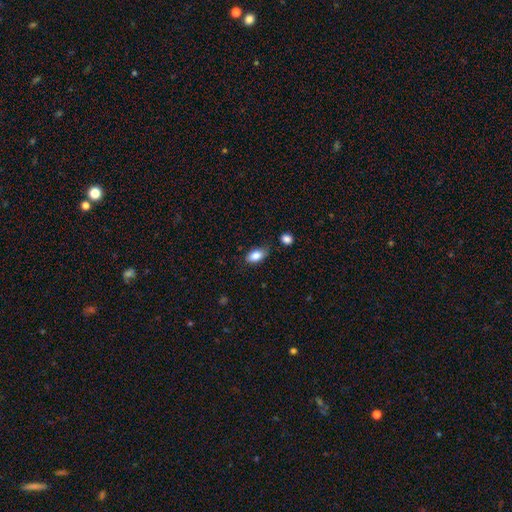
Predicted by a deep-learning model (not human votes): smooth 84%, featured or disk 8%, star or artifact 8%. Down the decision tree: how rounded — in between (90%); merging — none (74%).